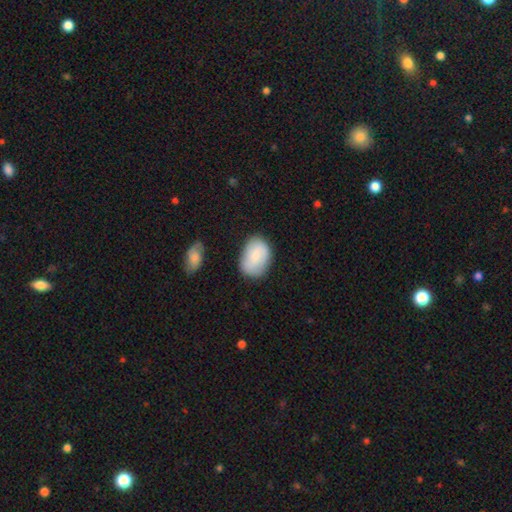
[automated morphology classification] smooth 79%, featured or disk 15%, star or artifact 6%. Down the decision tree: how rounded — in between (83%); merging — none (70%).